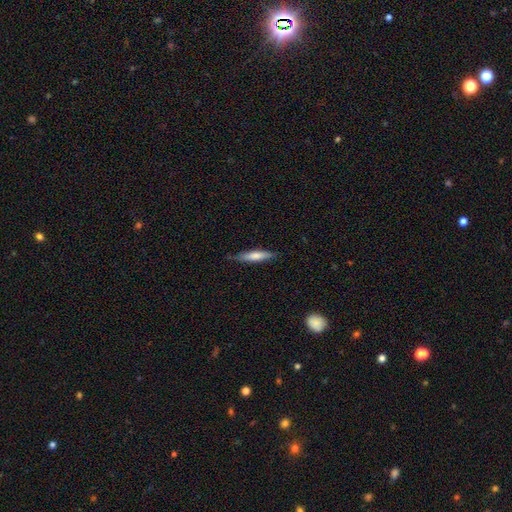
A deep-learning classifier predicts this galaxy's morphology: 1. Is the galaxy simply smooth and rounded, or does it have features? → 67% smooth, 27% featured or disk, 6% star or artifact.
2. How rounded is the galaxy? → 84% cigar-shaped, 15% in between, 1% round.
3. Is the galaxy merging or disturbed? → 79% none, 17% minor disturbance, 3% major disturbance, 1% merger.